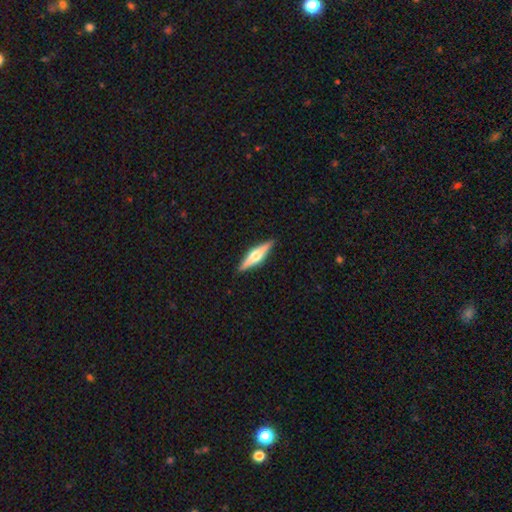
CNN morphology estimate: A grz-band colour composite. It shows a featured or disk galaxy (69%) viewed edge-on (97%) with a rounded central bulge (94%). Merging: none (91%).